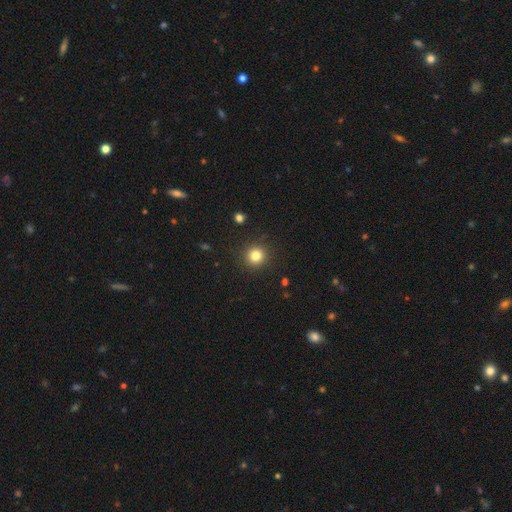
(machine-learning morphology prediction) Smooth or featured: smooth — 82% (star or artifact — 12%)
How rounded: round — 94% (in between — 5%)
Merging: none — 91% (minor disturbance — 6%)